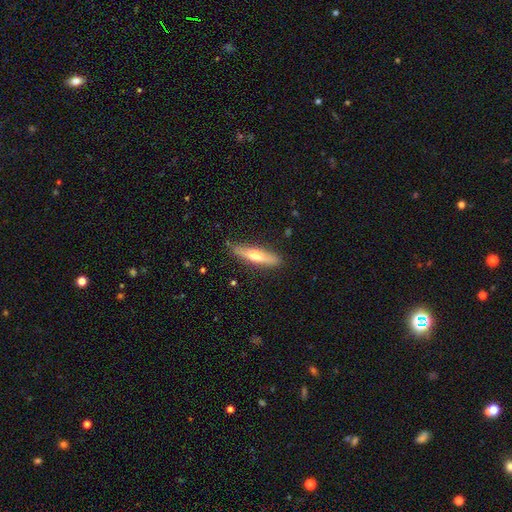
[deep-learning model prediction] Smooth or featured? Predicted: smooth (p=0.54). How rounded? Predicted: cigar-shaped (p=0.80). Merging? Predicted: none (p=0.83).